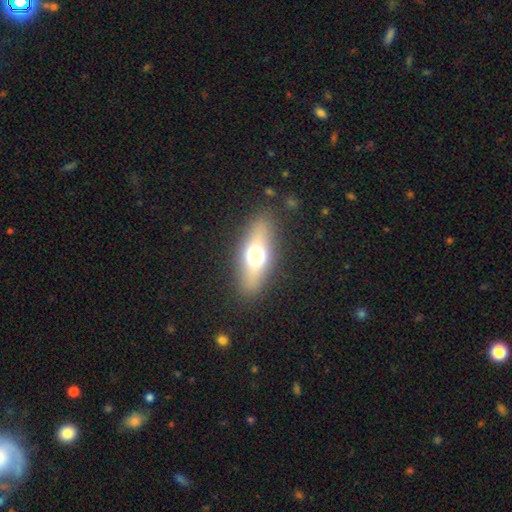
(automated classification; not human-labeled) The model was most divided on "smooth or featured": smooth: 56%, featured or disk: 34%, star or artifact: 11%. More confident: merging — none (86%); how rounded — in between (61%).